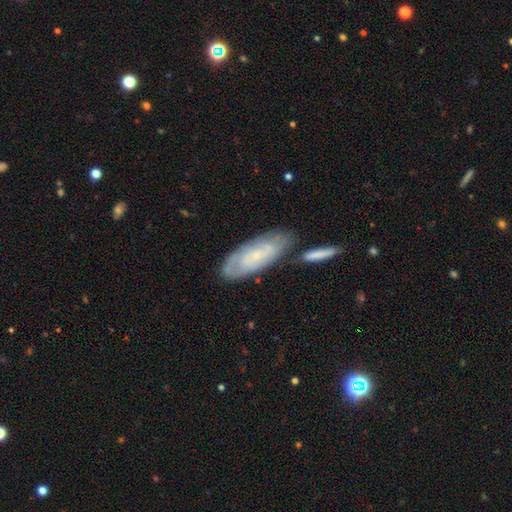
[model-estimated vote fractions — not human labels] Smooth or featured: featured or disk — 57% (smooth — 36%)
Edge-on disk: no — 87% (yes — 13%)
Merging: none — 63% (minor disturbance — 17%)